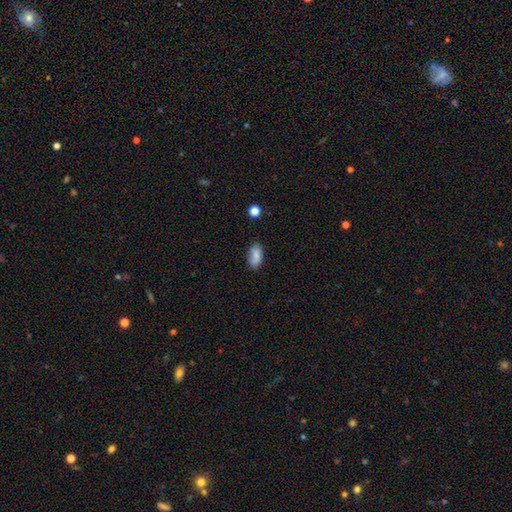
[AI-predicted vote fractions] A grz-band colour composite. It shows a smooth galaxy with no disk features (83%) that is in between round and cigar-shaped (90%). Merging: none (73%).